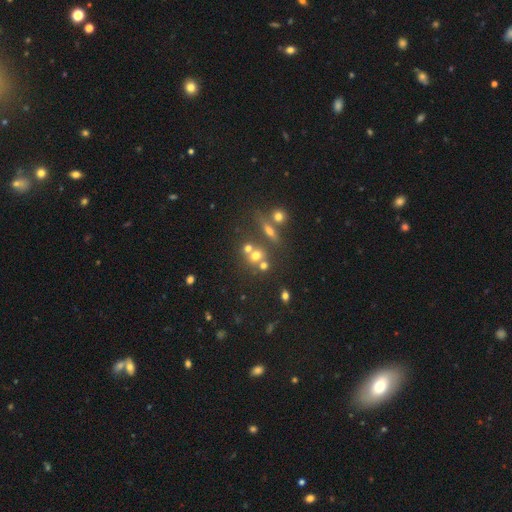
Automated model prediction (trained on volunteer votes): Morphology: type=smooth (56%); roundness=round (76%); merging=none (49%).